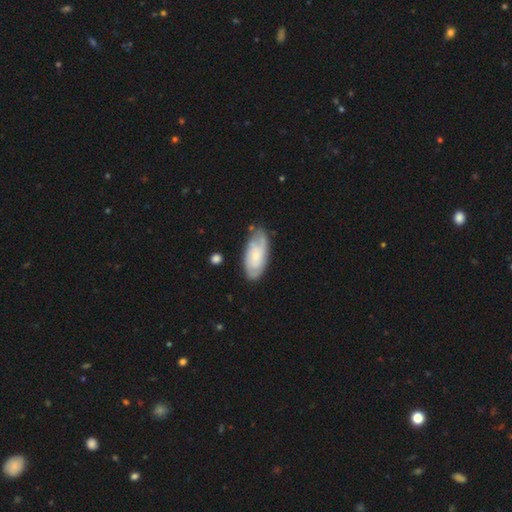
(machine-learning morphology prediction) This appears to be a featured or disk galaxy (57%) with no bar (72%), spiral arms (86%) and a small central bulge (65%). Merging: none (72%).